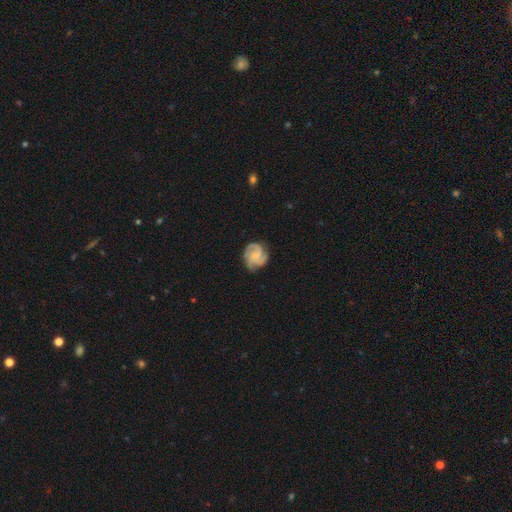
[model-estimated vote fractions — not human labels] A featured or disk galaxy (85%) with no bar (65%), 3 (66%) tight (47%) spiral arms (98%) and a small central bulge (59%).

Vote fractions:
- Smooth or featured? featured or disk: 85% / smooth: 10% / star or artifact: 5%
- Edge-on disk? no: 98% / yes: 2%
- Bar? no: 65% / weak: 29% / strong: 5%
- Spiral arms? yes: 98% / no: 2%
- Spiral winding? tight: 47% / medium: 45% / loose: 8%
- Spiral arm count? 3: 66% / 2: 15% / 4: 7% / can't tell: 6% / 1: 3% / more than 4: 3%
- Bulge size? small: 59% / moderate: 23% / none: 15% / large: 2% / dominant: 1%
- Merging? none: 76% / minor disturbance: 17% / major disturbance: 5% / merger: 1%